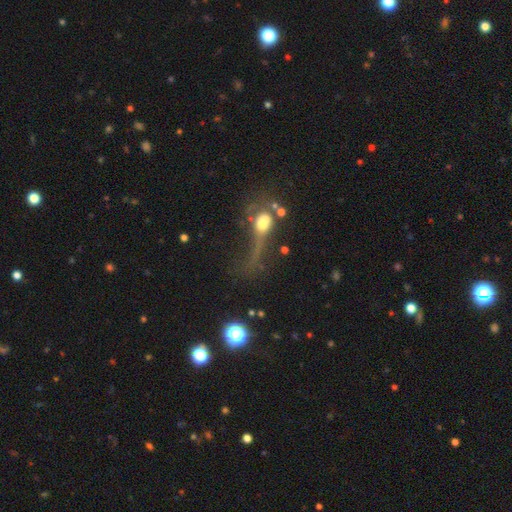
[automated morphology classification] Smooth or featured?
  - featured or disk: 42% *
  - smooth: 34%
  - star or artifact: 23%
Merging?
  - major disturbance: 41% *
  - none: 29%
  - merger: 16%
  - minor disturbance: 15%